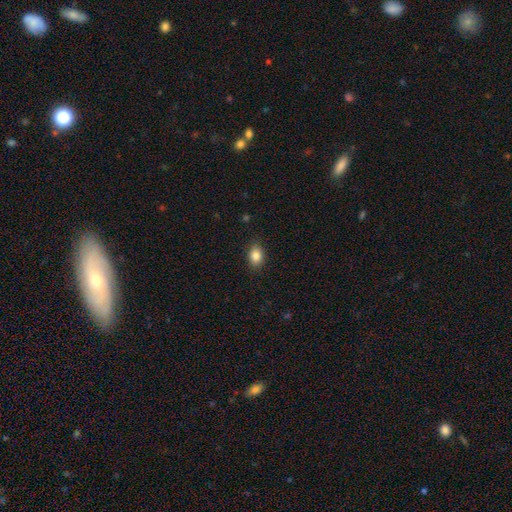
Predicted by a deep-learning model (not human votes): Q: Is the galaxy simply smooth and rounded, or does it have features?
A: smooth — 86%.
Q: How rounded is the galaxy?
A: in between — 78%.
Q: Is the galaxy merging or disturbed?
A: none — 87%.